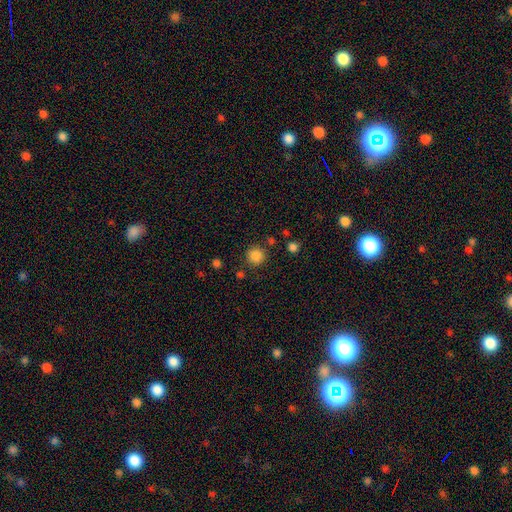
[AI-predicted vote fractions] Smooth or featured: smooth — 85% (star or artifact — 11%)
How rounded: round — 93% (in between — 6%)
Merging: none — 84% (minor disturbance — 8%)